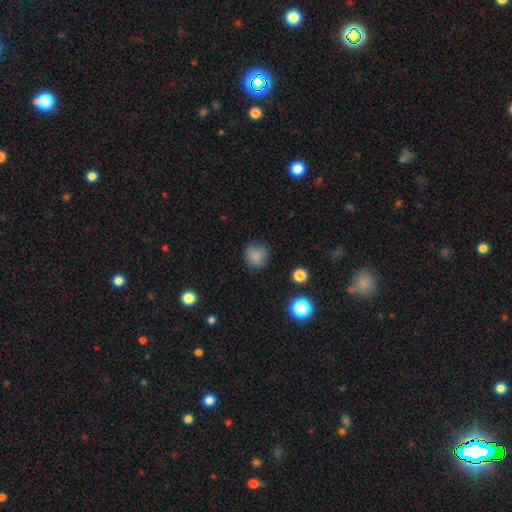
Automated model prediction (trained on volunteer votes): This is clearly a smooth galaxy (83%). How rounded: clearly round (90%). Merging: likely none (80%).